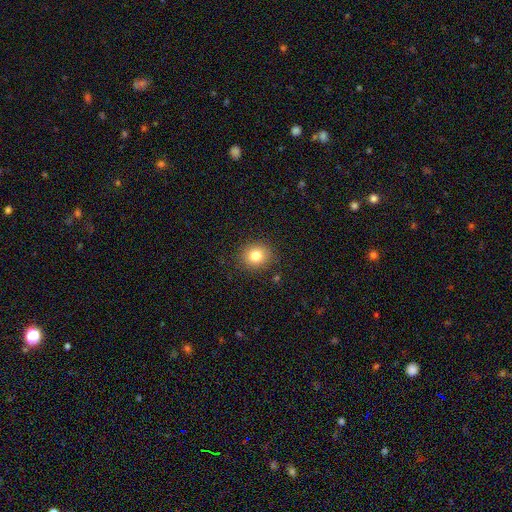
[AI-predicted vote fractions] Smooth or featured: smooth — 81% (star or artifact — 11%)
How rounded: round — 79% (in between — 20%)
Merging: none — 88% (minor disturbance — 8%)